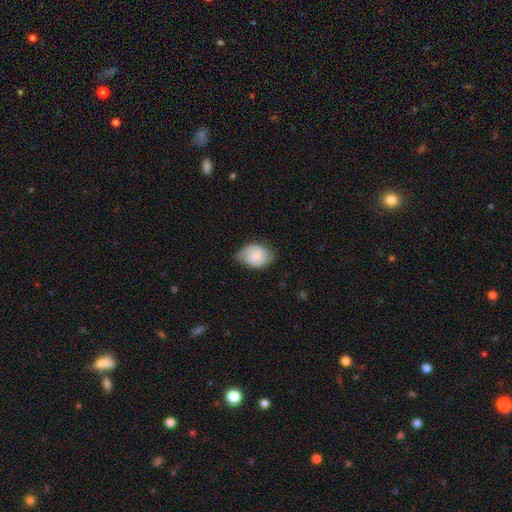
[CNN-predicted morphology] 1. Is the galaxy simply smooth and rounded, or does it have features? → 60% smooth, 33% featured or disk, 7% star or artifact.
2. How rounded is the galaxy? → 72% in between, 27% round, 1% cigar-shaped.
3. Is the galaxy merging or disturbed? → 62% none, 29% minor disturbance, 8% major disturbance, 1% merger.